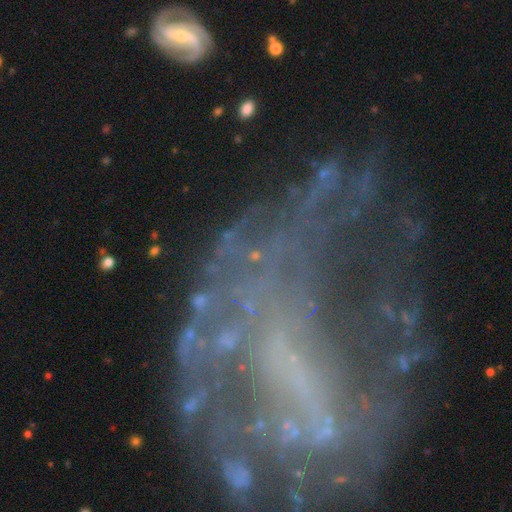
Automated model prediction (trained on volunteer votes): star or artifact 44%, featured or disk 42%, smooth 14%.